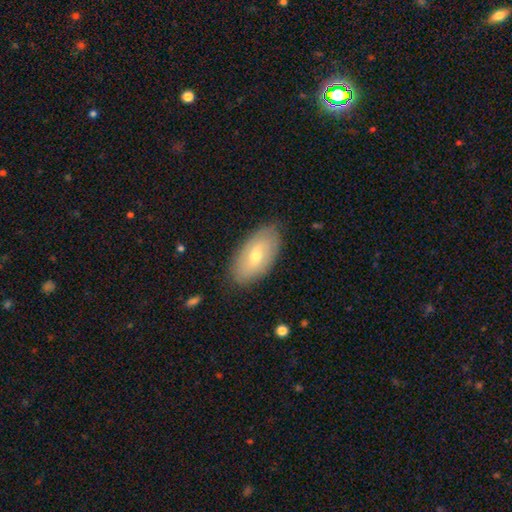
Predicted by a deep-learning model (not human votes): Smooth or featured?
  - smooth: 54% *
  - featured or disk: 40%
  - star or artifact: 6%
How rounded?
  - in between: 93% *
  - cigar-shaped: 4%
  - round: 4%
Merging?
  - none: 84% *
  - minor disturbance: 12%
  - major disturbance: 3%
  - merger: 1%